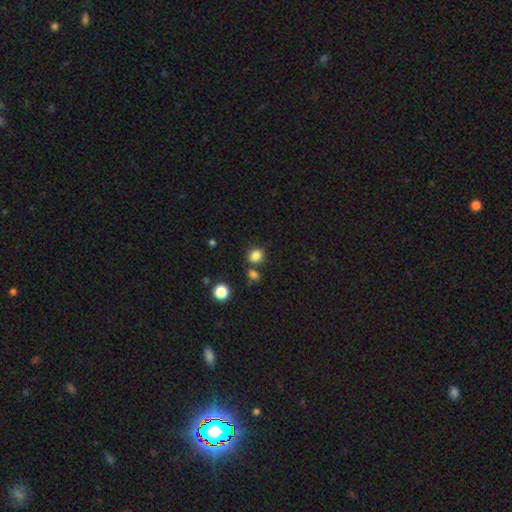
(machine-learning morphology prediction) Smooth or featured? smooth (84%)
How rounded? round (62%)
Merging? none (72%)